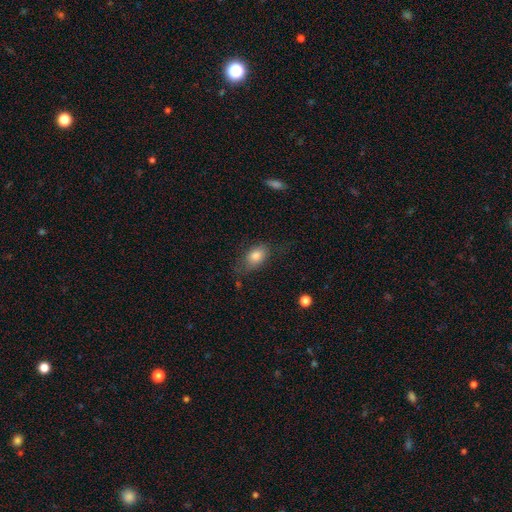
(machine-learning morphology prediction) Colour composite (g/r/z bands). It shows a smooth galaxy with no disk features (80%) that is in between round and cigar-shaped (83%). Merging: none (64%).